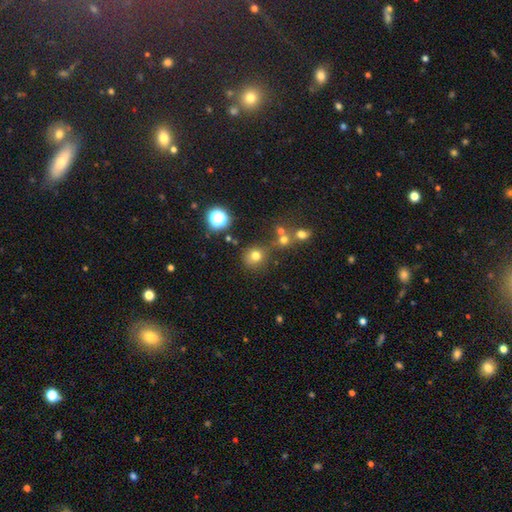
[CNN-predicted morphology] smooth 72%, star or artifact 21%, featured or disk 8%. Down the decision tree: how rounded — round (88%); merging — none (70%).